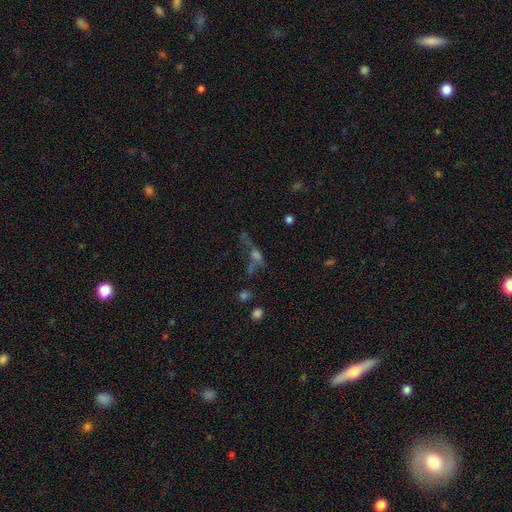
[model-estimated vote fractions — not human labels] smooth_or_featured: star or artifact (p=0.34) [tied with: featured or disk p=0.34]